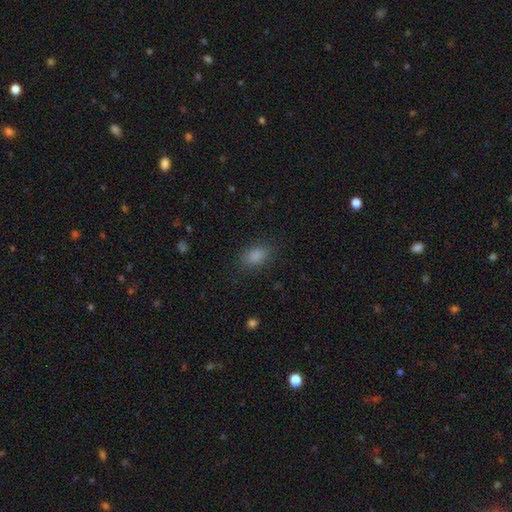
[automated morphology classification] Smooth or featured? Predicted: smooth (p=0.85). How rounded? Predicted: in between (p=0.84). Merging? Predicted: none (p=0.83).